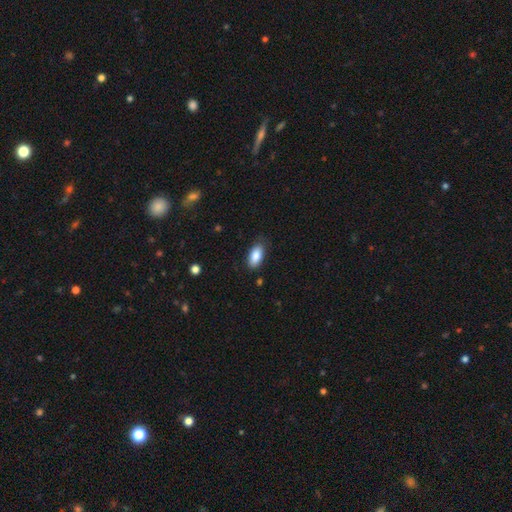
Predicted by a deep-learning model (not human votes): Smooth or featured? Predicted: smooth (p=0.86). How rounded? Predicted: in between (p=0.93). Merging? Predicted: none (p=0.80).